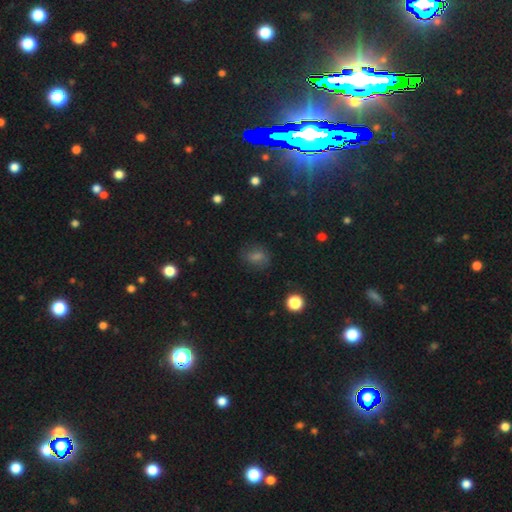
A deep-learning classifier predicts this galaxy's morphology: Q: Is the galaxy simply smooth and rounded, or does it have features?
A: smooth — 54%.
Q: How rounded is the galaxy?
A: in between — 56%.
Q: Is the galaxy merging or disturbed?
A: none — 76%.